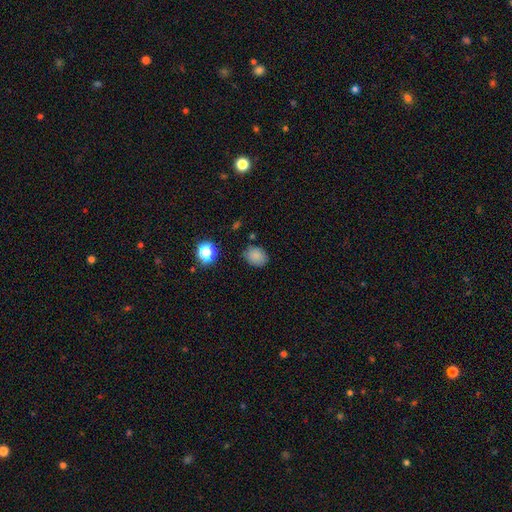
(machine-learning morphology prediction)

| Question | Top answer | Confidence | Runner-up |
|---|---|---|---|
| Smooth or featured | smooth | 81% | star or artifact (12%) |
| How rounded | round | 50% | in between (49%) |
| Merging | none | 77% | minor disturbance (16%) |